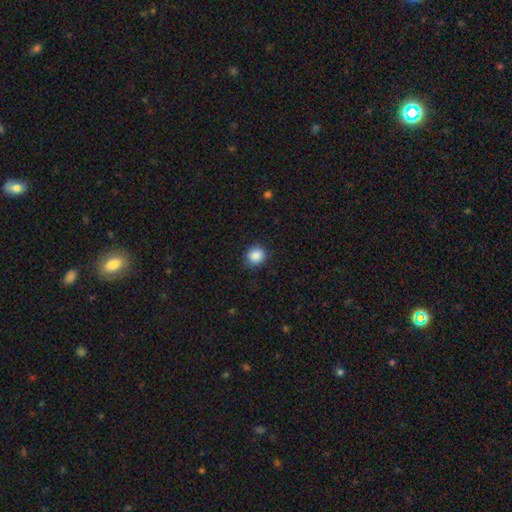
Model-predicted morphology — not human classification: This is clearly a smooth galaxy (87%). How rounded: clearly round (85%). Merging: clearly none (86%).